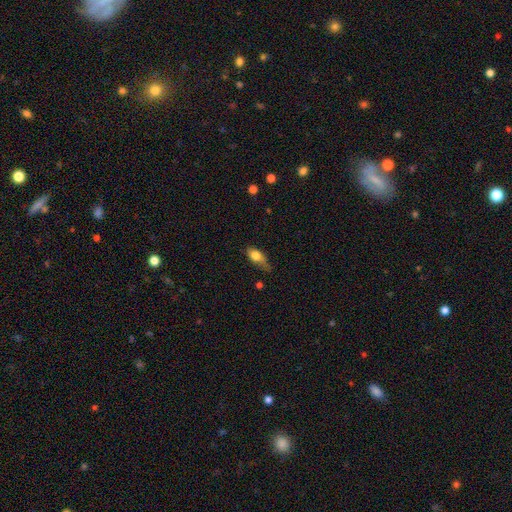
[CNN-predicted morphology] A smooth galaxy with no disk features (74%) that is in between round and cigar-shaped (77%). Merging: minor disturbance (41%).